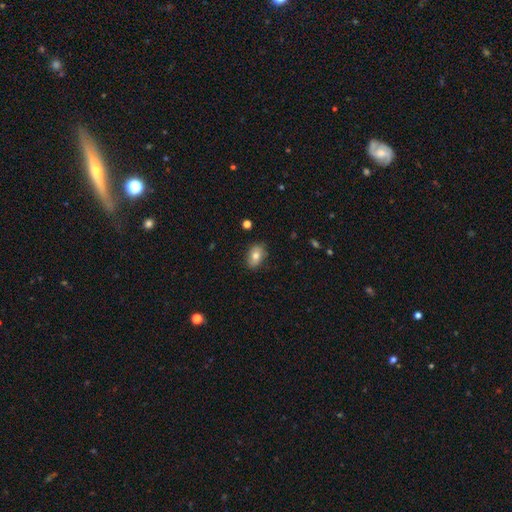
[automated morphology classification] Smooth or featured? smooth (75%)
How rounded? in between (83%)
Merging? none (81%)